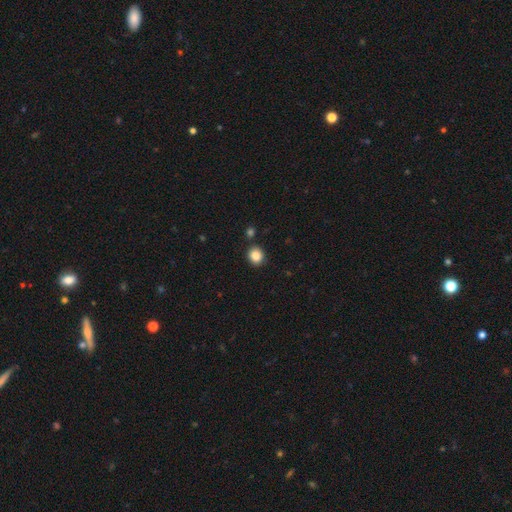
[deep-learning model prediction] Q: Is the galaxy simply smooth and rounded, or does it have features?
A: smooth — 86%.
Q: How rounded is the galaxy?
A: round — 77%.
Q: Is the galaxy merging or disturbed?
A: none — 85%.